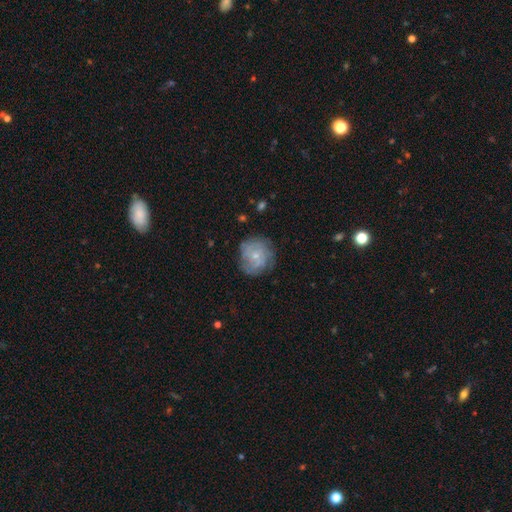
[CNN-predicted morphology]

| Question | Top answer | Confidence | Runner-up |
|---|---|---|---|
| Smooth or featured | featured or disk | 55% | smooth (37%) |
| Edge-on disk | no | 98% | yes (2%) |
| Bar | no | 82% | weak (16%) |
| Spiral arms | yes | 74% | no (26%) |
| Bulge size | small | 76% | moderate (18%) |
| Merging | none | 69% | minor disturbance (20%) |